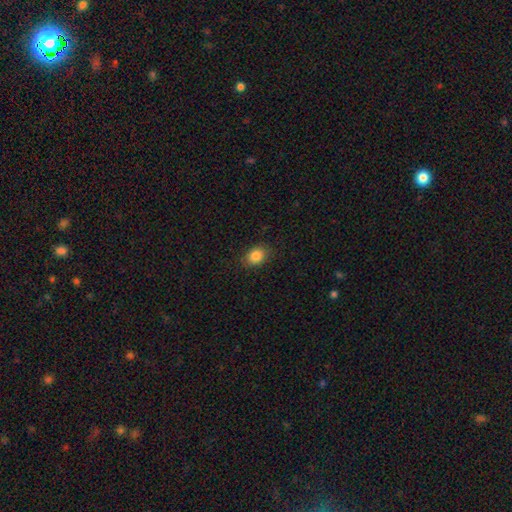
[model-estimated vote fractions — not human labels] Smooth or featured: smooth — 85% (star or artifact — 9%)
How rounded: in between — 64% (round — 35%)
Merging: none — 85% (minor disturbance — 11%)